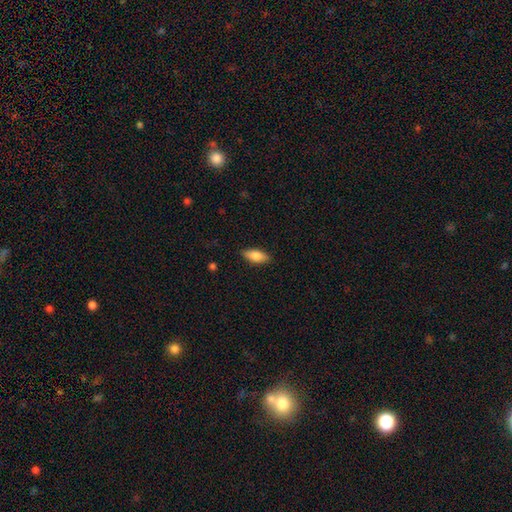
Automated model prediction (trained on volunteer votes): Smooth or featured: smooth — 81% (featured or disk — 13%)
How rounded: in between — 81% (cigar-shaped — 16%)
Merging: none — 87% (minor disturbance — 10%)